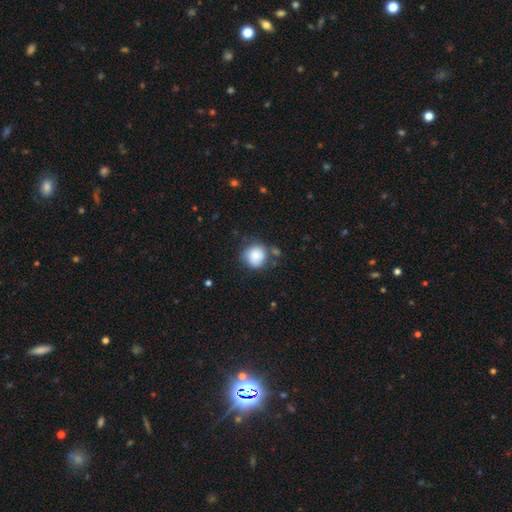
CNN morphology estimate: type=smooth (84%); roundness=round (88%); merging=none (65%).